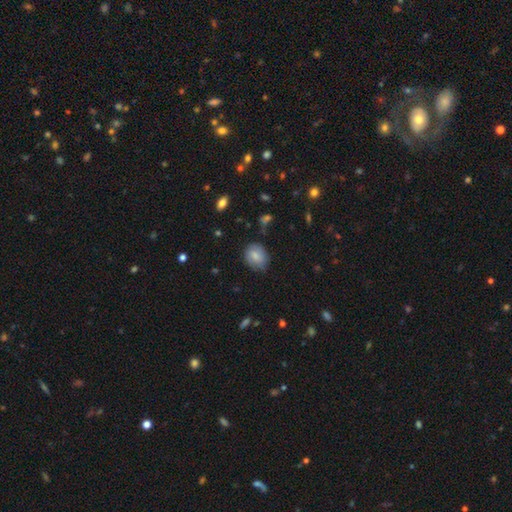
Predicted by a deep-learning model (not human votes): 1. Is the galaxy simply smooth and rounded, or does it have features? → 76% smooth, 15% featured or disk, 8% star or artifact.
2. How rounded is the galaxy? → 53% round, 46% in between, 1% cigar-shaped.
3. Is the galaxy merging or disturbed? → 73% none, 21% minor disturbance, 5% major disturbance, 2% merger.